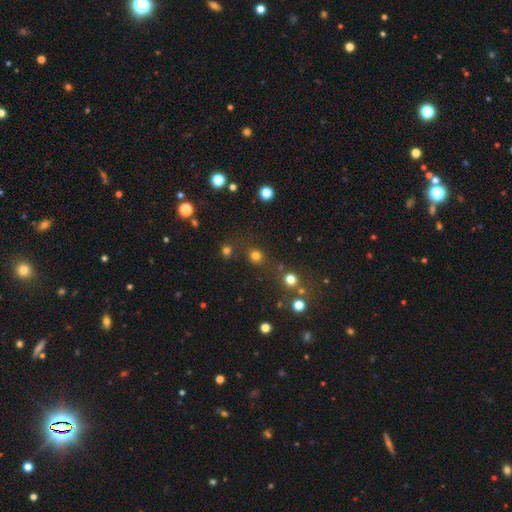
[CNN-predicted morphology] Smooth or featured? Predicted: smooth (p=0.74). How rounded? Predicted: round (p=0.89). Merging? Predicted: none (p=0.79).